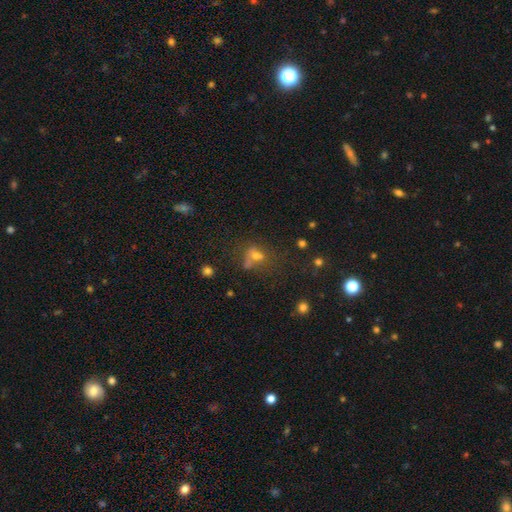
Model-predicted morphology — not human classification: Q: Smooth or featured?
A: smooth (51%); runner-up: star or artifact (28%)
Q: How rounded?
A: in between (49%); runner-up: round (47%)
Q: Merging?
A: none (38%); runner-up: merger (33%)